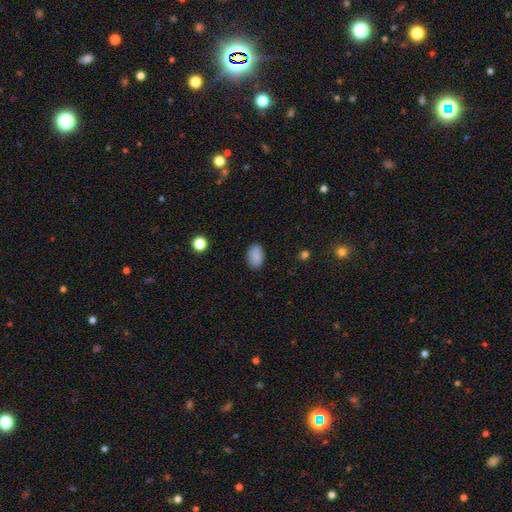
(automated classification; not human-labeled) Smooth or featured? smooth (87%)
How rounded? in between (89%)
Merging? none (86%)